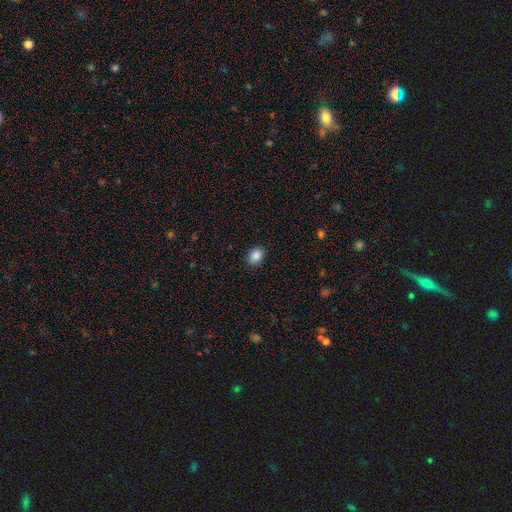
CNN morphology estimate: A smooth galaxy with no disk features (87%) that is in between round and cigar-shaped (69%).

Vote fractions:
- Smooth or featured? smooth: 87% / star or artifact: 9% / featured or disk: 4%
- How rounded? in between: 69% / round: 30% / cigar-shaped: 1%
- Merging? none: 89% / minor disturbance: 8% / major disturbance: 2% / merger: 1%